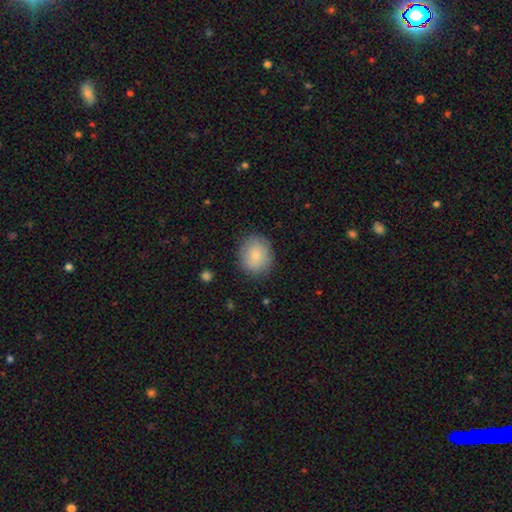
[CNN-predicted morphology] smooth 80%, featured or disk 13%, star or artifact 7%. Down the decision tree: how rounded — round (69%); merging — none (83%).